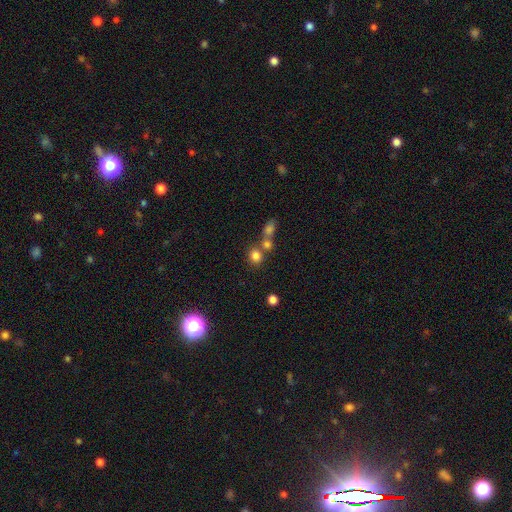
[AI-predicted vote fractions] Smooth or featured?
  - smooth: 79% *
  - star or artifact: 13%
  - featured or disk: 7%
How rounded?
  - round: 76% *
  - in between: 22%
  - cigar-shaped: 1%
Merging?
  - none: 54% *
  - merger: 33%
  - minor disturbance: 9%
  - major disturbance: 4%